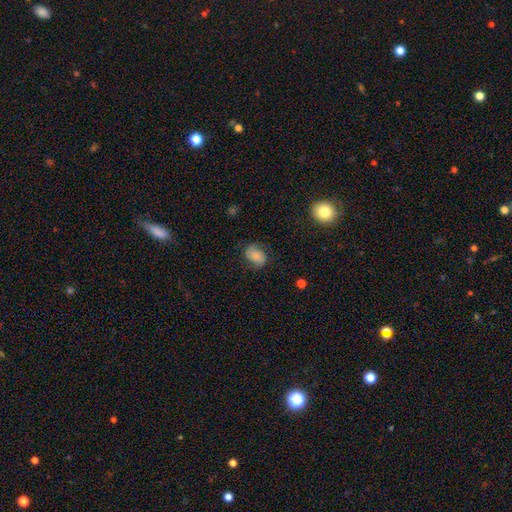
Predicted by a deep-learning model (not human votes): Smooth or featured: smooth — 77% (featured or disk — 14%)
How rounded: in between — 80% (round — 18%)
Merging: none — 69% (minor disturbance — 22%)